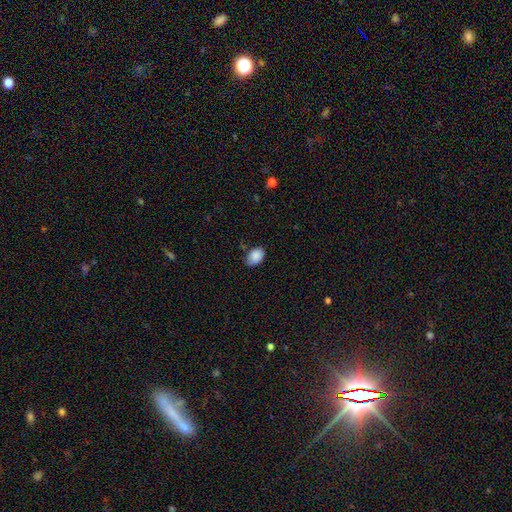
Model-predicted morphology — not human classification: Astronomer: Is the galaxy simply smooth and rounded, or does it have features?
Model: smooth — 87%.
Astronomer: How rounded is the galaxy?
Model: in between — 84%.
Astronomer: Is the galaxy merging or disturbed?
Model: none — 72%.